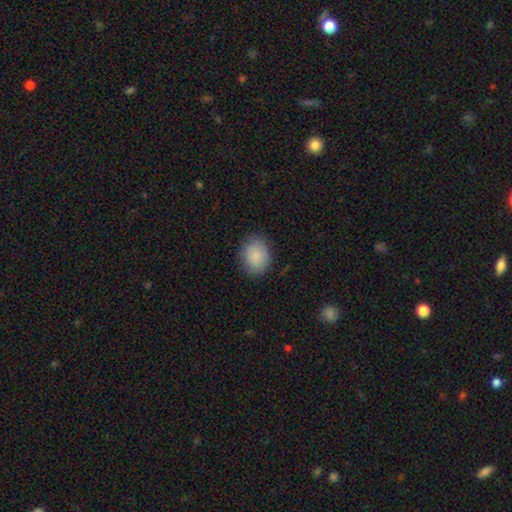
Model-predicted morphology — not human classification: smooth_or_featured: smooth (p=0.87) [alt: star or artifact p=0.07]
how_rounded: round (p=0.55) [alt: in between p=0.44]
merging: none (p=0.82) [alt: minor disturbance p=0.14]